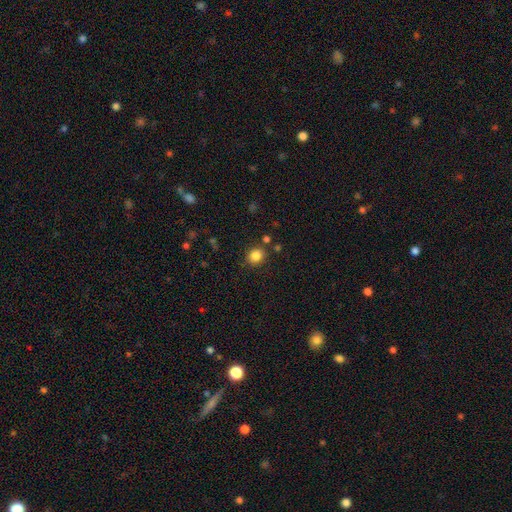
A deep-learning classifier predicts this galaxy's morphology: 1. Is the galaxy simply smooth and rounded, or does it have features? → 84% smooth, 11% star or artifact, 5% featured or disk.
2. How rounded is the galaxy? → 75% round, 24% in between, 1% cigar-shaped.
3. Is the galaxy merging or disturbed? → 85% none, 9% minor disturbance, 4% merger, 3% major disturbance.